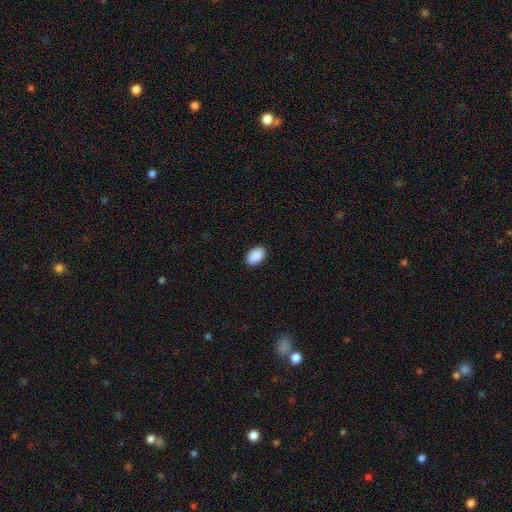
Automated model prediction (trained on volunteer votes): smooth 91%, star or artifact 7%, featured or disk 2%. Down the decision tree: how rounded — in between (91%); merging — none (90%).